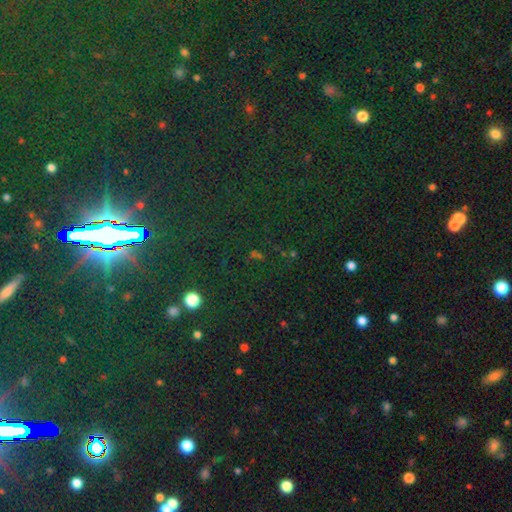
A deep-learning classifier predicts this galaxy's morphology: The model was most divided on "smooth or featured": star or artifact: 75%, smooth: 16%, featured or disk: 9%.